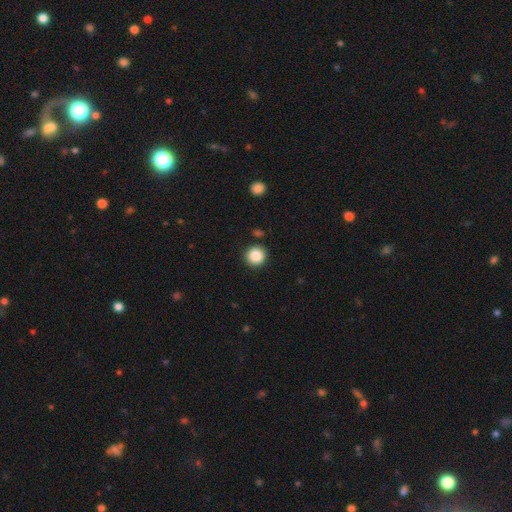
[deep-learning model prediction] smooth-or-featured: smooth: 87% | star or artifact: 9% | featured or disk: 4%
  how-rounded: round: 94% | in between: 5% | cigar-shaped: 1%
  merging: none: 90% | minor disturbance: 6% | major disturbance: 2% | merger: 2%